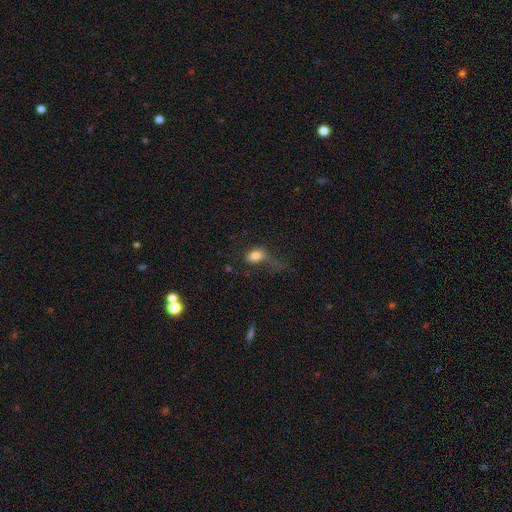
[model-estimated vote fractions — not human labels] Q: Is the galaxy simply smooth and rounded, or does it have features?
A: smooth — 76%.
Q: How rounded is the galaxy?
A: in between — 72%.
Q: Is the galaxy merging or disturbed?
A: major disturbance — 45%.